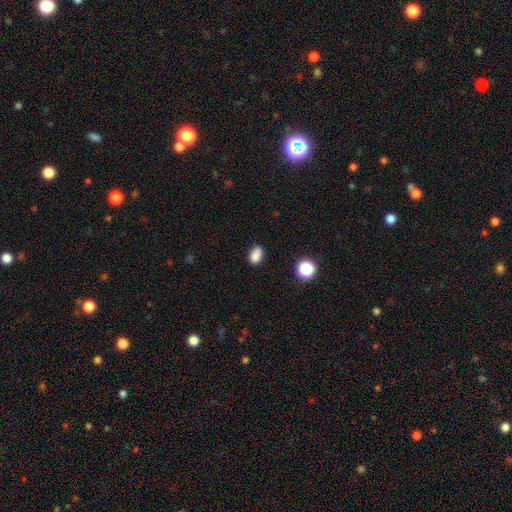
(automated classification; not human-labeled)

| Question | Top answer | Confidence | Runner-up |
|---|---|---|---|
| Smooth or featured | smooth | 84% | star or artifact (11%) |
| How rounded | in between | 84% | round (13%) |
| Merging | none | 76% | minor disturbance (17%) |